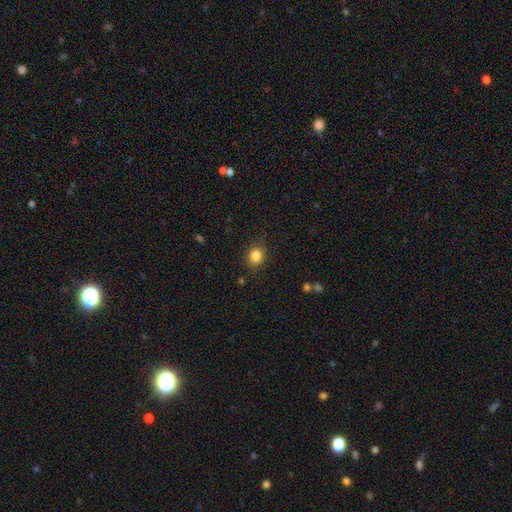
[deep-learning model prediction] Smooth or featured?
  - smooth: 84% *
  - star or artifact: 10%
  - featured or disk: 5%
How rounded?
  - round: 63% *
  - in between: 36%
  - cigar-shaped: 1%
Merging?
  - none: 83% *
  - minor disturbance: 12%
  - major disturbance: 3%
  - merger: 1%